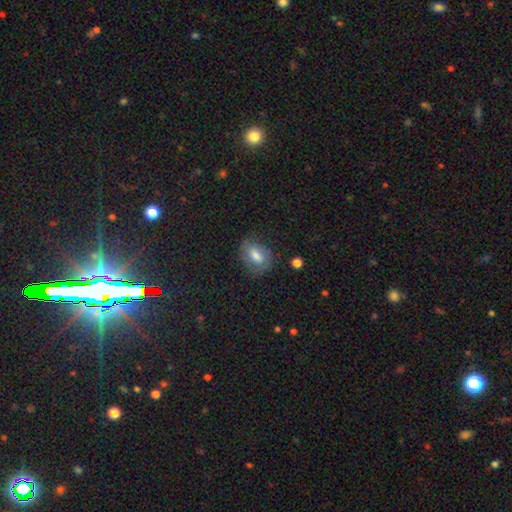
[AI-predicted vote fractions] A smooth galaxy with no disk features (60%) that is in between round and cigar-shaped (75%). Merging: none (65%).